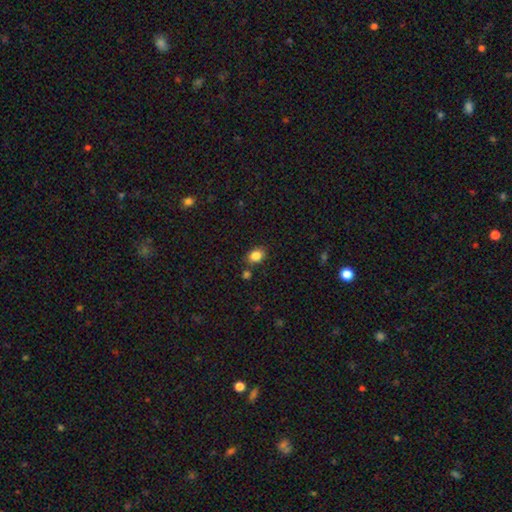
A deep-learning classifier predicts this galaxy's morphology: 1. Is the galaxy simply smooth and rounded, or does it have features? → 85% smooth, 10% star or artifact, 5% featured or disk.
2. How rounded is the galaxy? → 68% in between, 31% round, 1% cigar-shaped.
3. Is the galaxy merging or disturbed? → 80% none, 11% minor disturbance, 6% merger, 3% major disturbance.